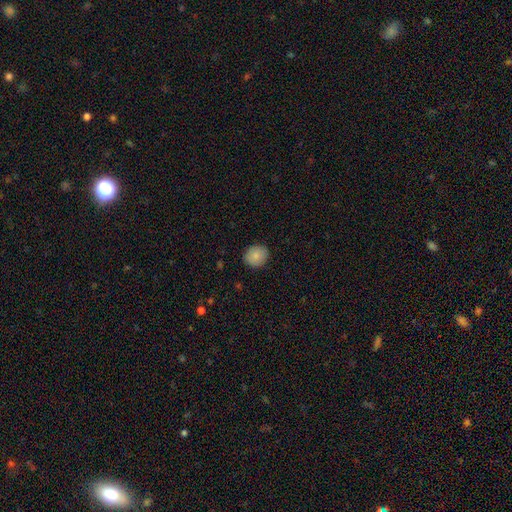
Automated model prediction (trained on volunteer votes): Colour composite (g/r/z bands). It shows a smooth galaxy with no disk features (86%) that is round (71%). Merging: none (89%).